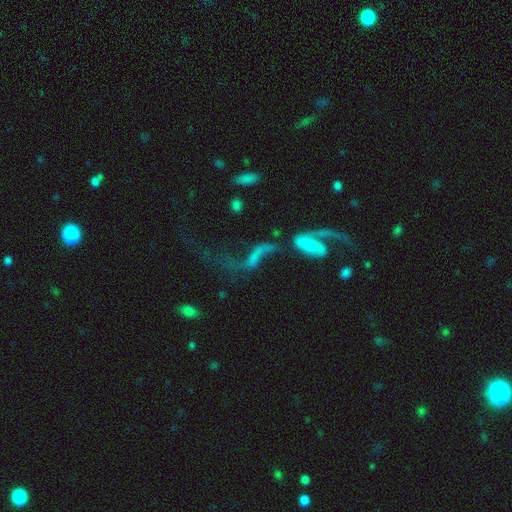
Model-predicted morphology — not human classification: This is possibly a featured or disk galaxy (59%). It is clearly not viewed edge-on (90%). Bar: possibly no (55%). Spiral arm pattern: likely yes (68%). Central bulge: possibly none (51%). Merging: marginally merger (39%).